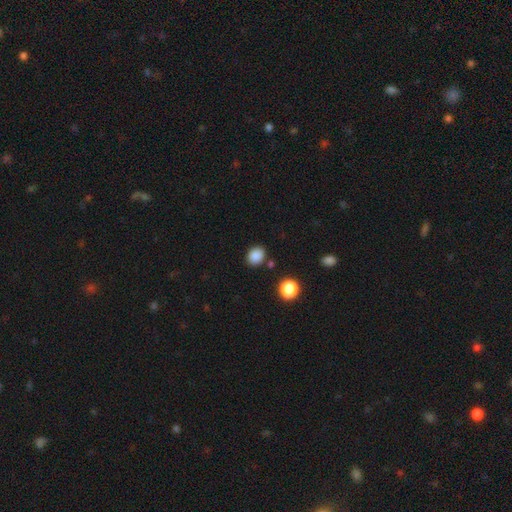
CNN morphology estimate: This appears to be a smooth galaxy with no disk features (86%) that is round (57%). Merging: none (84%).